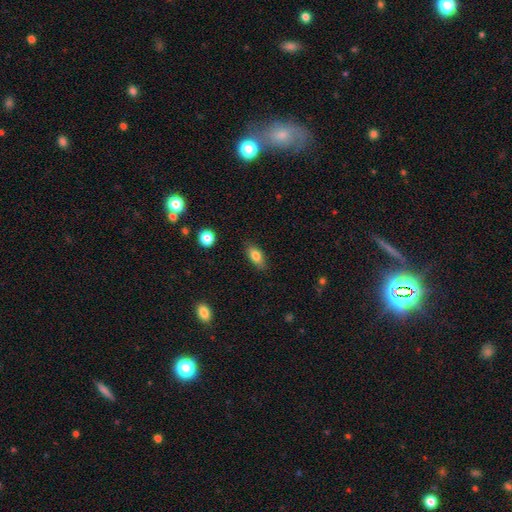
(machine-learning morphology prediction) smooth-or-featured: smooth: 79% | featured or disk: 13% | star or artifact: 8%
  how-rounded: in between: 82% | cigar-shaped: 11% | round: 6%
  merging: none: 84% | minor disturbance: 12% | major disturbance: 3% | merger: 1%